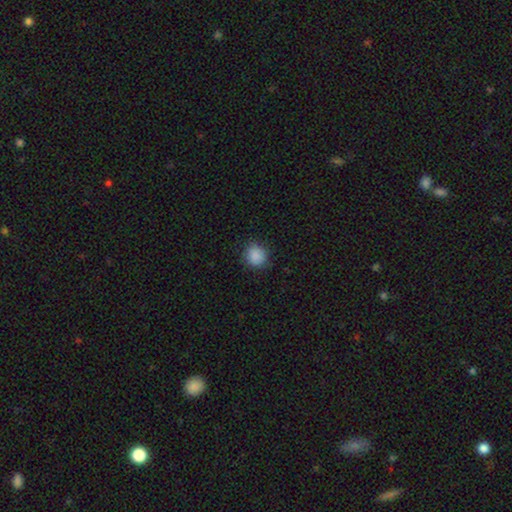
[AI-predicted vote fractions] Smooth or featured? smooth (88%)
How rounded? round (84%)
Merging? none (86%)